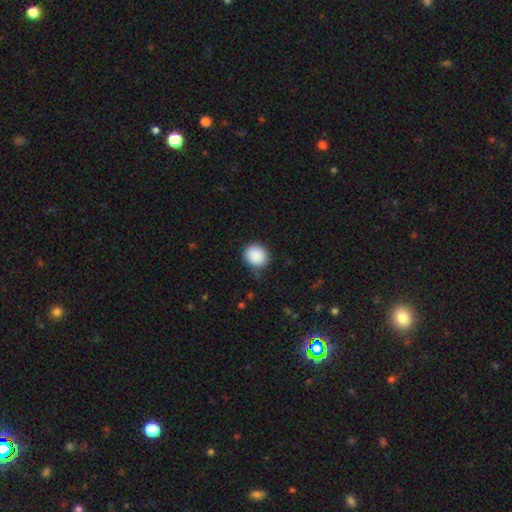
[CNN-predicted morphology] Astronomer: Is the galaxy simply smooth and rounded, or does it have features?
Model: smooth — 89%.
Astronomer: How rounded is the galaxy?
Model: round — 83%.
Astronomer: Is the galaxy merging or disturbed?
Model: none — 82%.